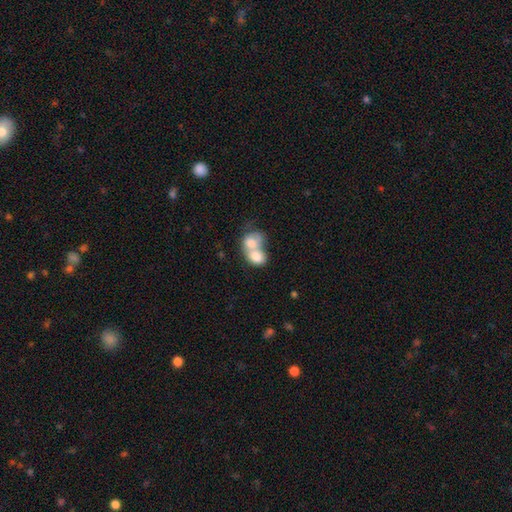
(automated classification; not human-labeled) Smooth or featured?
  - smooth: 73% *
  - featured or disk: 20%
  - star or artifact: 7%
How rounded?
  - in between: 59% *
  - round: 40%
  - cigar-shaped: 1%
Merging?
  - merger: 80% *
  - none: 11%
  - minor disturbance: 5%
  - major disturbance: 4%